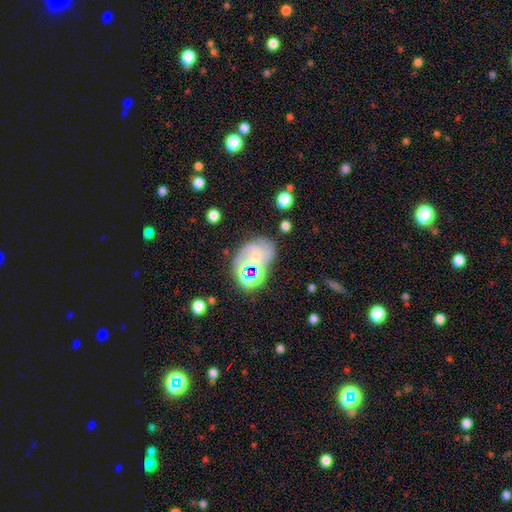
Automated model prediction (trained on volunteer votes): Q: Smooth or featured?
A: featured or disk (42%); runner-up: smooth (38%)
Q: Merging?
A: none (47%); runner-up: minor disturbance (21%)